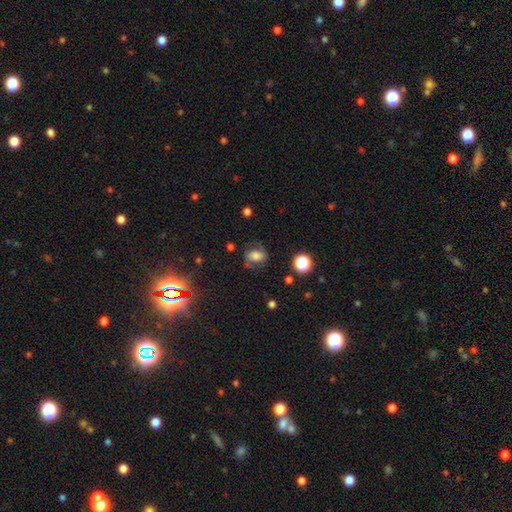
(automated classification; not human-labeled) Smooth or featured?
  - smooth: 43% * (tied)
  - featured or disk: 43% * (tied)
  - star or artifact: 13%
Merging?
  - none: 63% *
  - minor disturbance: 21%
  - major disturbance: 14%
  - merger: 3%